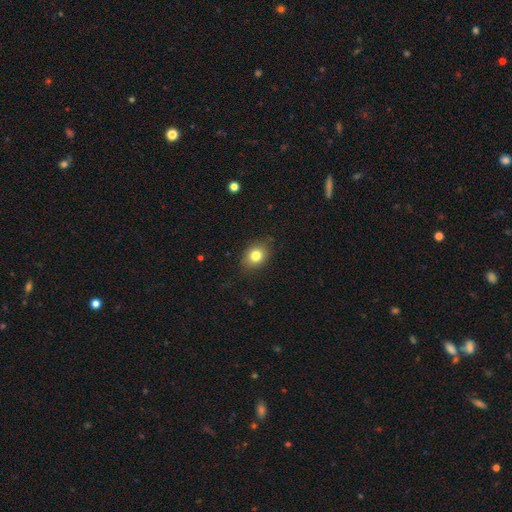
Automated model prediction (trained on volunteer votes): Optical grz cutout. It shows a smooth galaxy with no disk features (81%) that is in between round and cigar-shaped (57%). Merging: none (83%).